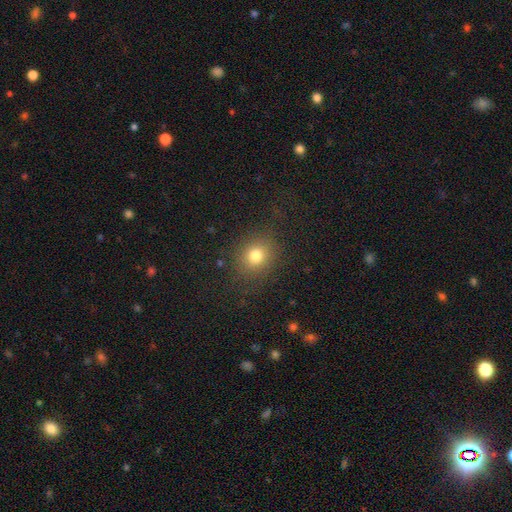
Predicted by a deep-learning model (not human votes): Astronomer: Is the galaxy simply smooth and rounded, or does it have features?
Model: smooth — 78%.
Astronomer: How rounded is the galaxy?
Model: round — 70%.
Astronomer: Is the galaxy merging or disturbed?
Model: none — 85%.